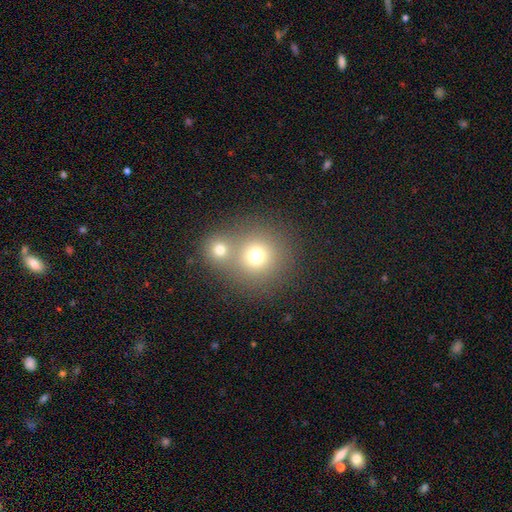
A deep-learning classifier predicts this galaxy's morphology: smooth_or_featured: smooth (p=0.67) [alt: star or artifact p=0.20]
how_rounded: round (p=0.90) [alt: in between p=0.09]
merging: none (p=0.49) [alt: merger p=0.42]